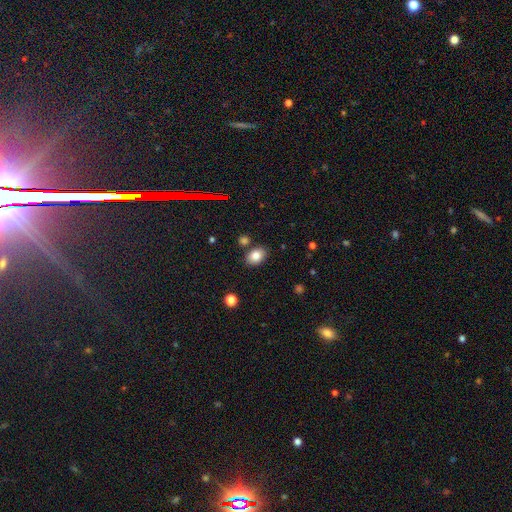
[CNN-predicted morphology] This is clearly a smooth galaxy (82%). How rounded: likely in between (78%). Merging: clearly none (80%).